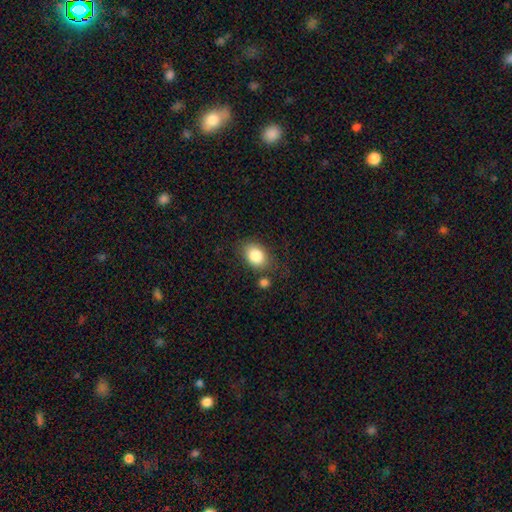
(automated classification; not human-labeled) This appears to be a smooth galaxy with no disk features (84%) that is in between round and cigar-shaped (71%). Merging: none (72%).